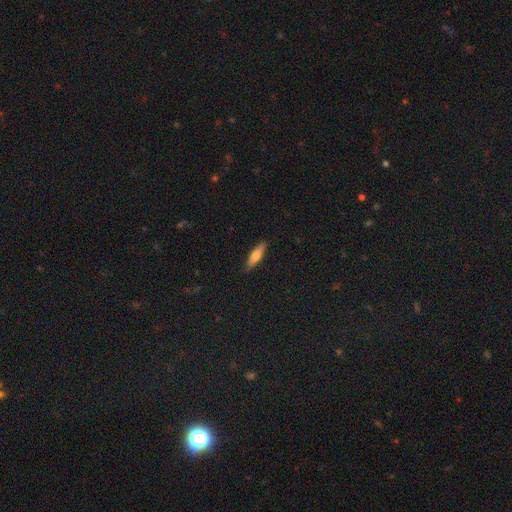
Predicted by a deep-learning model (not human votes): smooth_or_featured: smooth (p=0.65) [alt: featured or disk p=0.29]
how_rounded: cigar-shaped (p=0.67) [alt: in between p=0.31]
merging: none (p=0.88) [alt: minor disturbance p=0.09]